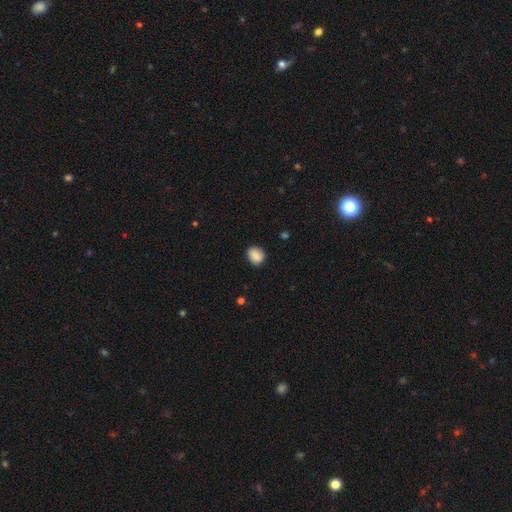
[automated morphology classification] A smooth galaxy with no disk features (88%) that is round (64%). Merging: none (85%).